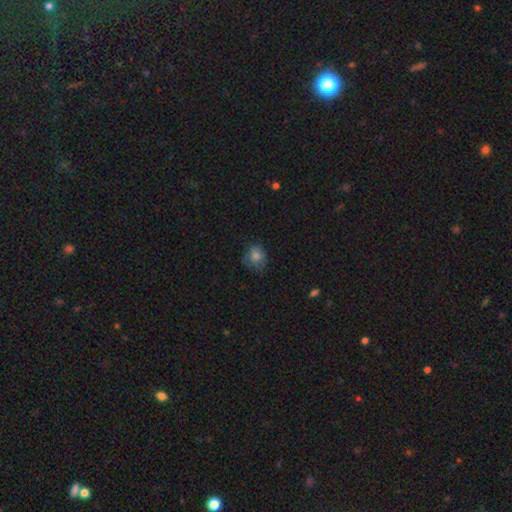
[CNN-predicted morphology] smooth_or_featured: smooth (p=0.75) [alt: featured or disk p=0.13]
how_rounded: round (p=0.68) [alt: in between p=0.31]
merging: none (p=0.59) [alt: minor disturbance p=0.27]